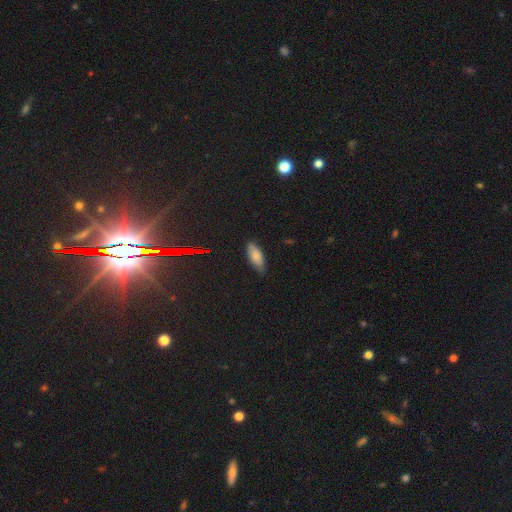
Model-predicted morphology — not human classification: smooth_or_featured: smooth (p=0.76) [alt: featured or disk p=0.13]
how_rounded: in between (p=0.80) [alt: cigar-shaped p=0.18]
merging: none (p=0.77) [alt: minor disturbance p=0.19]